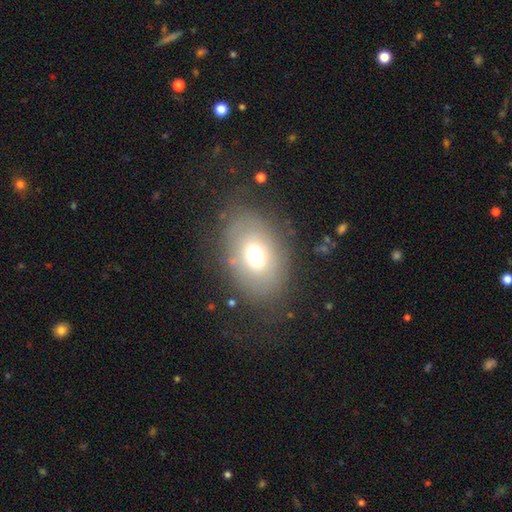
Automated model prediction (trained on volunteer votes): Smooth or featured? Predicted: smooth (p=0.62). How rounded? Predicted: in between (p=0.74). Merging? Predicted: none (p=0.72).